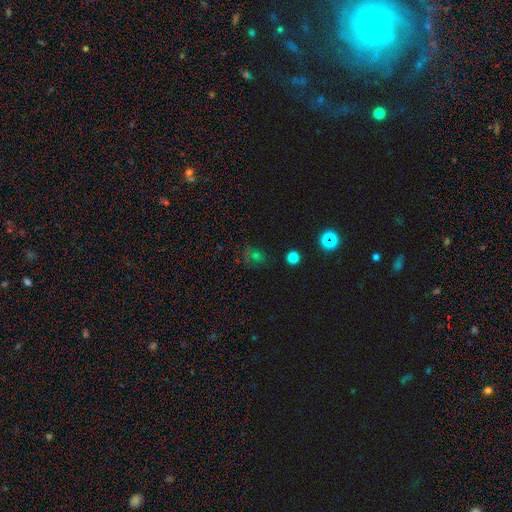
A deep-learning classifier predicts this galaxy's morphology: type=smooth (47%); merging=none (64%).